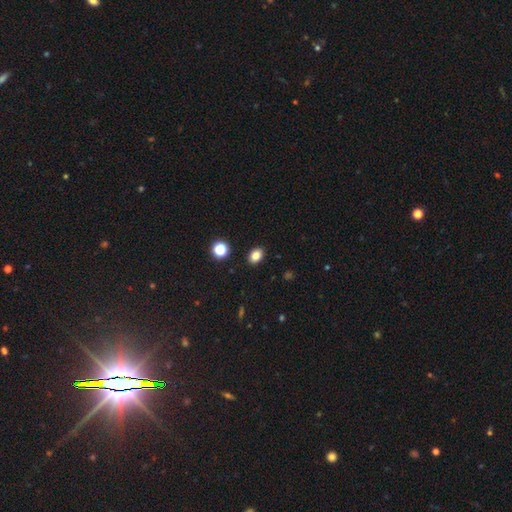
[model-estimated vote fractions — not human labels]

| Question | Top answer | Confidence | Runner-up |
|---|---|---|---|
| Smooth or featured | smooth | 82% | star or artifact (12%) |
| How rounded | in between | 68% | round (31%) |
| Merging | none | 89% | minor disturbance (7%) |